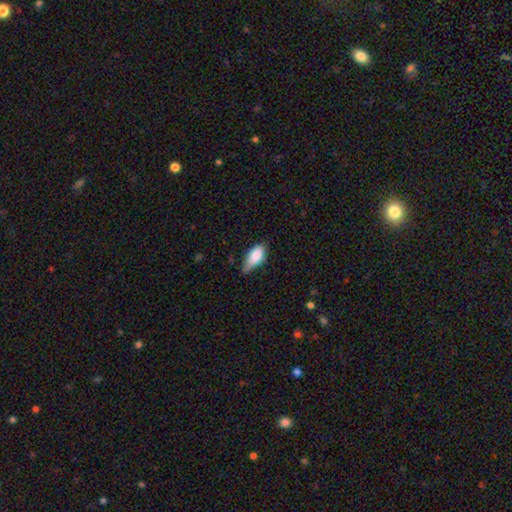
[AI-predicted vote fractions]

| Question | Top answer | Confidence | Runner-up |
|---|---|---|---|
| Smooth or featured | smooth | 81% | featured or disk (12%) |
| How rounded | in between | 87% | cigar-shaped (10%) |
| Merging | minor disturbance | 45% | none (44%) |